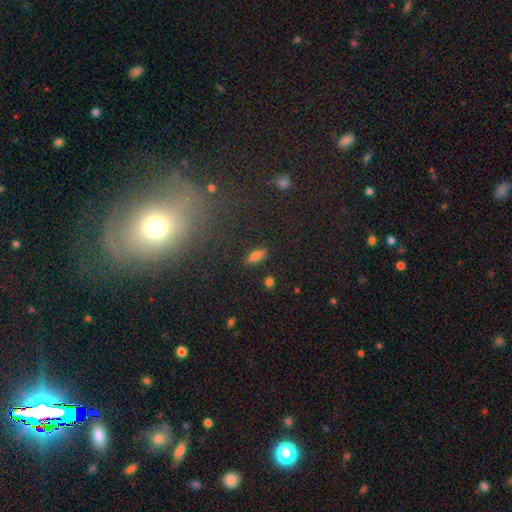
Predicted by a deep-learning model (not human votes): A smooth galaxy with no disk features (74%) that is in between round and cigar-shaped (64%). Merging: none (86%).